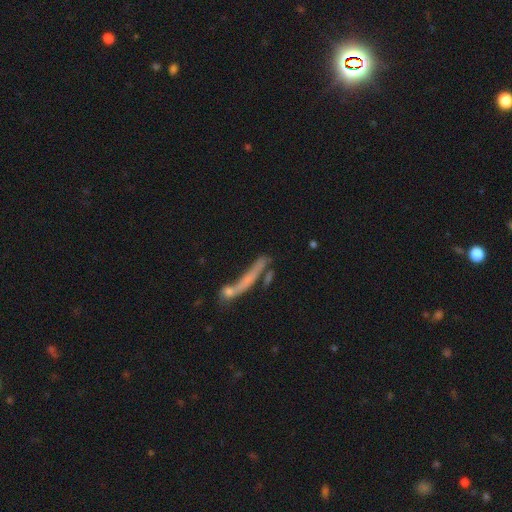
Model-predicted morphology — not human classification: smooth_or_featured: featured or disk (p=0.44) [alt: smooth p=0.39]
merging: none (p=0.41) [alt: merger p=0.29]